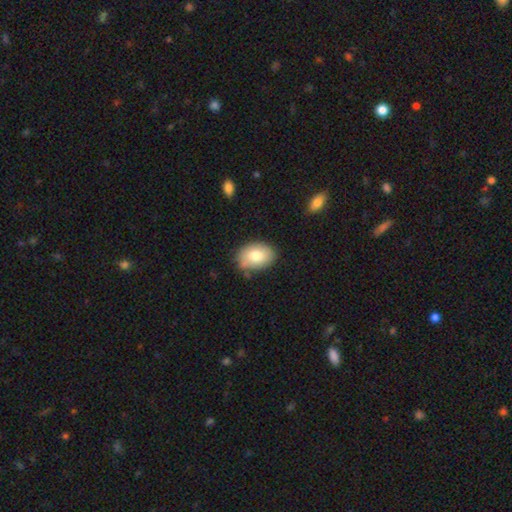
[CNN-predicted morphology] smooth 78%, featured or disk 15%, star or artifact 7%. Down the decision tree: how rounded — in between (84%); merging — none (76%).